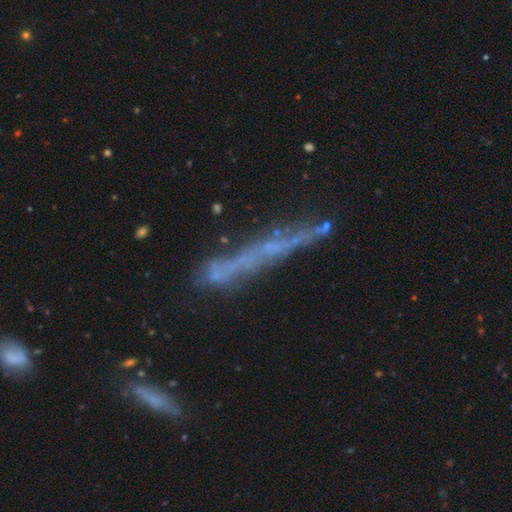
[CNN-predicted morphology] This appears to be a featured or disk galaxy (53%) viewed edge-on (83%). Merging: none (68%).